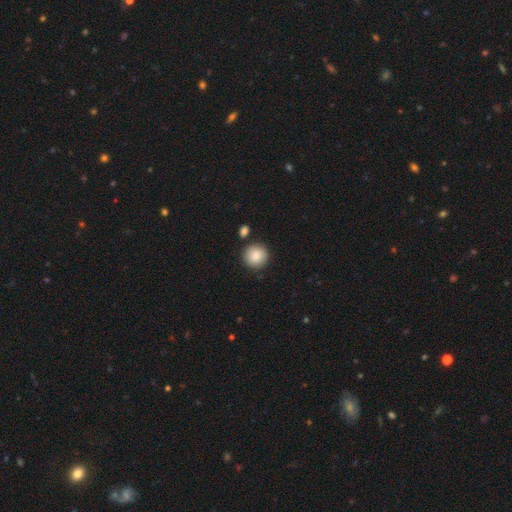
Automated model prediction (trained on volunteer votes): smooth-or-featured: smooth: 88% | star or artifact: 7% | featured or disk: 5%
  how-rounded: round: 92% | in between: 7% | cigar-shaped: 1%
  merging: none: 83% | minor disturbance: 9% | merger: 5% | major disturbance: 3%